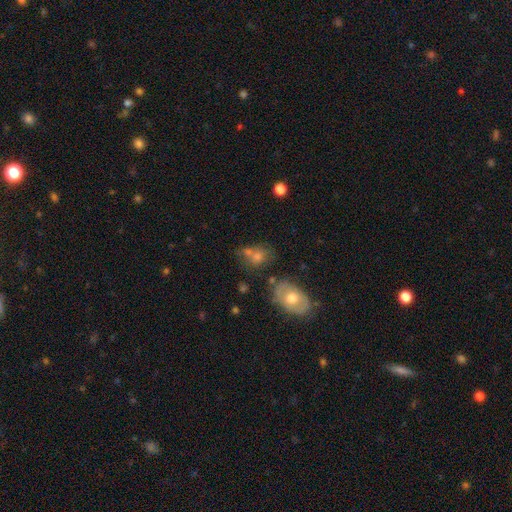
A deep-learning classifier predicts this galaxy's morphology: Q: Smooth or featured?
A: smooth (68%); runner-up: featured or disk (19%)
Q: How rounded?
A: in between (54%); runner-up: round (45%)
Q: Merging?
A: none (46%); runner-up: merger (29%)